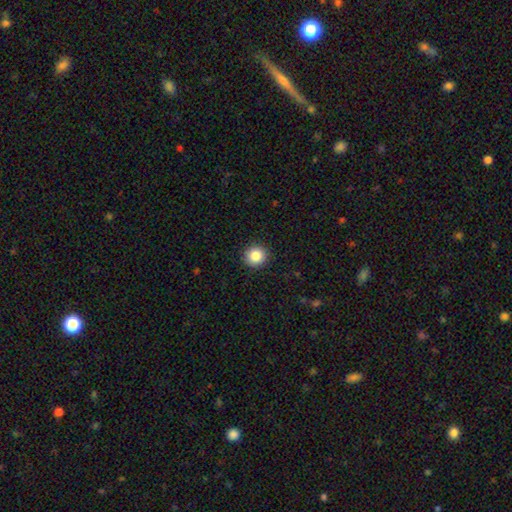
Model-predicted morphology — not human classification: Smooth or featured?
  - smooth: 86% *
  - star or artifact: 9%
  - featured or disk: 4%
How rounded?
  - round: 93% *
  - in between: 6%
  - cigar-shaped: 1%
Merging?
  - none: 92% *
  - minor disturbance: 5%
  - major disturbance: 2%
  - merger: 1%